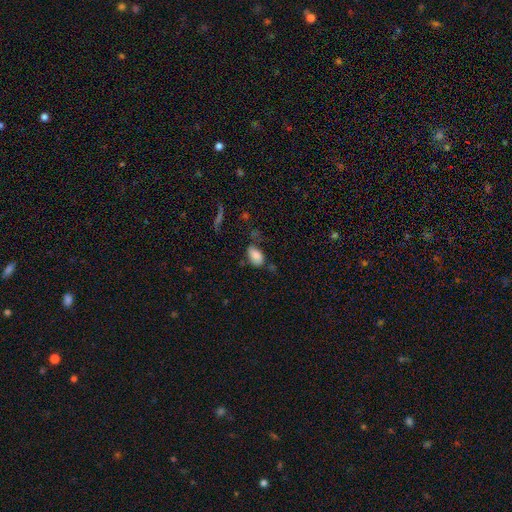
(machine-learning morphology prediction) A smooth galaxy with no disk features (84%) that is in between round and cigar-shaped (92%).

Vote fractions:
- Smooth or featured? smooth: 84% / star or artifact: 8% / featured or disk: 8%
- How rounded? in between: 92% / round: 6% / cigar-shaped: 2%
- Merging? none: 54% / minor disturbance: 29% / major disturbance: 11% / merger: 6%